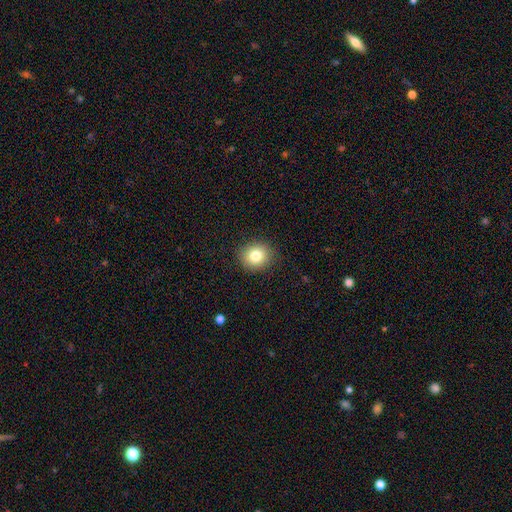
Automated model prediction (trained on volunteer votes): The model was most divided on "how rounded": round: 77%, in between: 22%, cigar-shaped: 1%. More confident: merging — none (89%); smooth or featured — smooth (82%).